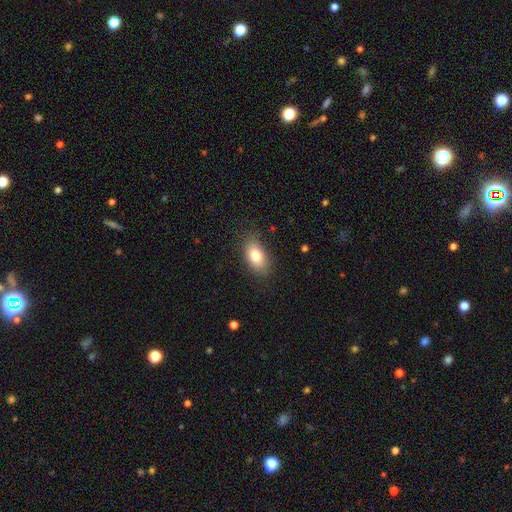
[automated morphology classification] smooth 79%, featured or disk 12%, star or artifact 8%. Down the decision tree: how rounded — in between (89%); merging — none (82%).